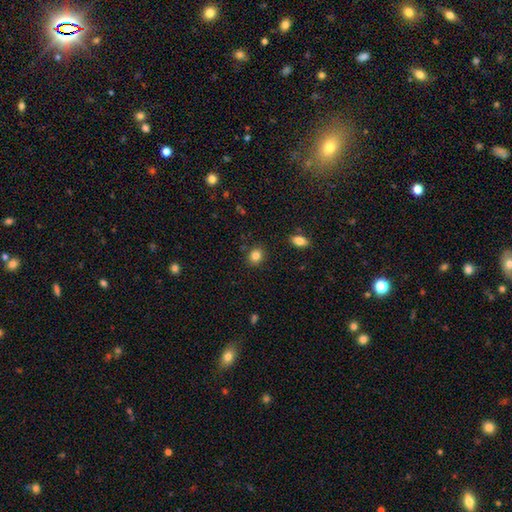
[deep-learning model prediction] This appears to be a smooth galaxy with no disk features (84%) that is round (70%). Merging: none (88%).